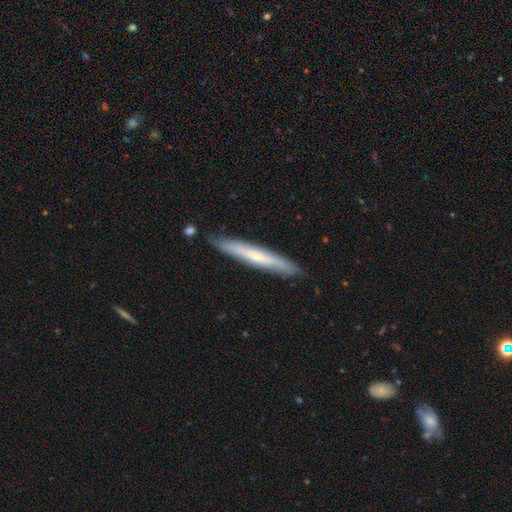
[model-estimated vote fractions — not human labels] The model was most divided on "smooth or featured": smooth: 49%, featured or disk: 45%, star or artifact: 6%. More confident: merging — none (86%).